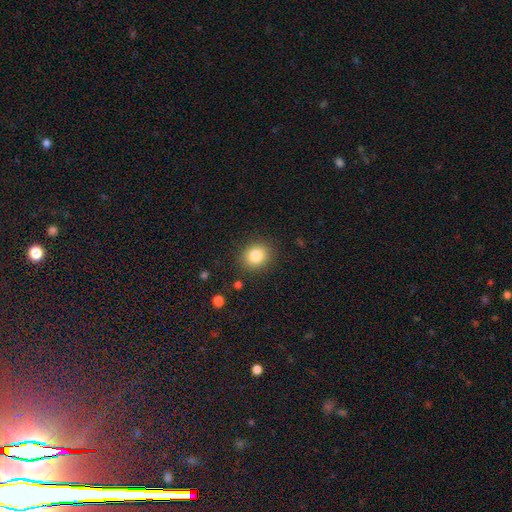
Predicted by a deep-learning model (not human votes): smooth_or_featured: smooth (p=0.83) [alt: star or artifact p=0.10]
how_rounded: round (p=0.69) [alt: in between p=0.30]
merging: none (p=0.88) [alt: minor disturbance p=0.08]